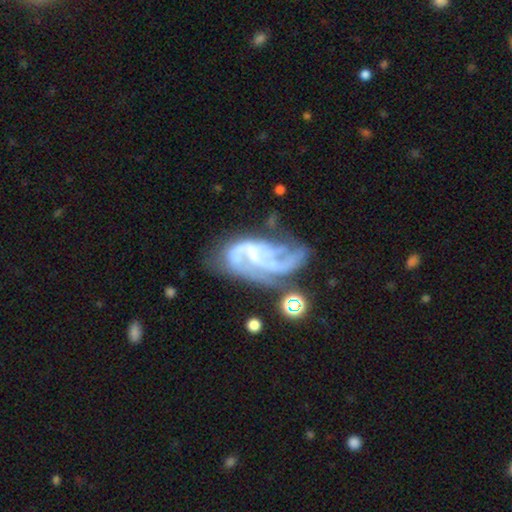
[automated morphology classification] Smooth or featured: featured or disk — 81% (smooth — 10%)
Edge-on disk: no — 97% (yes — 3%)
Bar: no — 49% (weak — 36%)
Spiral arms: yes — 89% (no — 11%)
Spiral winding: medium — 45% (tight — 28%)
Spiral arm count: 2 — 34% (3 — 28%)
Bulge size: small — 47% (none — 36%)
Merging: major disturbance — 34% (none — 33%)